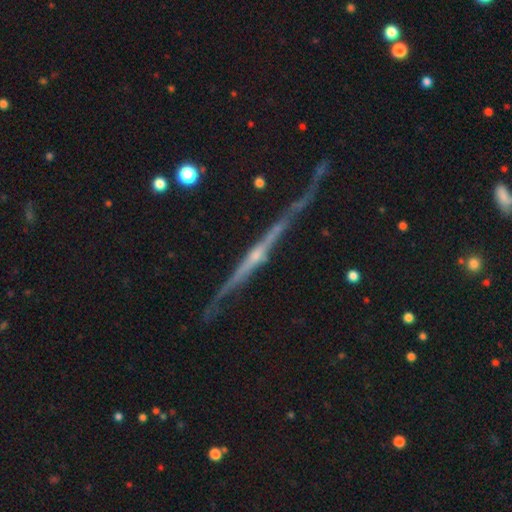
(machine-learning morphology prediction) This appears to be a featured or disk galaxy (84%) viewed edge-on (96%) with a rounded central bulge (68%). Merging: none (68%).